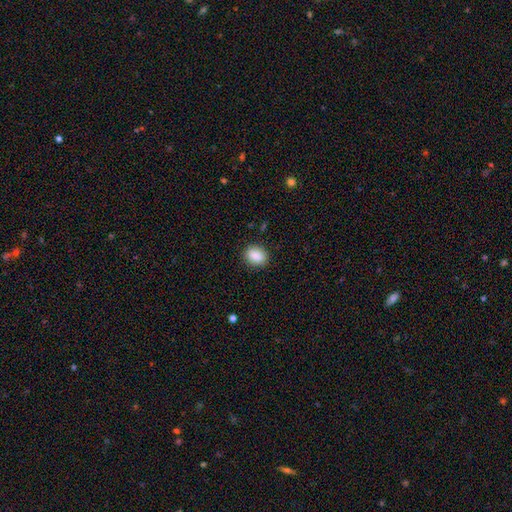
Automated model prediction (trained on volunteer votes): Smooth or featured? Predicted: smooth (p=0.88). How rounded? Predicted: in between (p=0.58). Merging? Predicted: none (p=0.87).